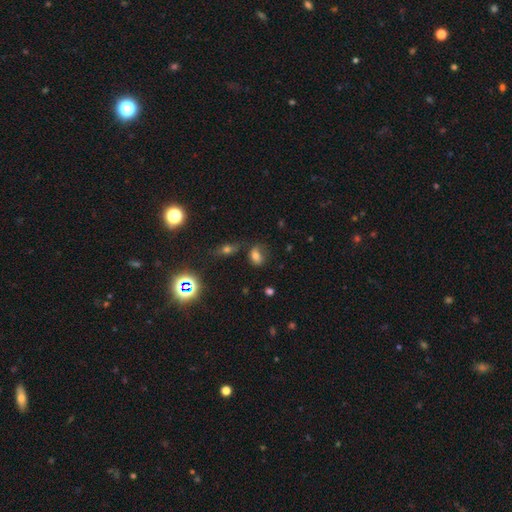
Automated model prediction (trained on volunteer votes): This appears to be a smooth galaxy with no disk features (66%) that is in between round and cigar-shaped (64%). Merging: none (55%).